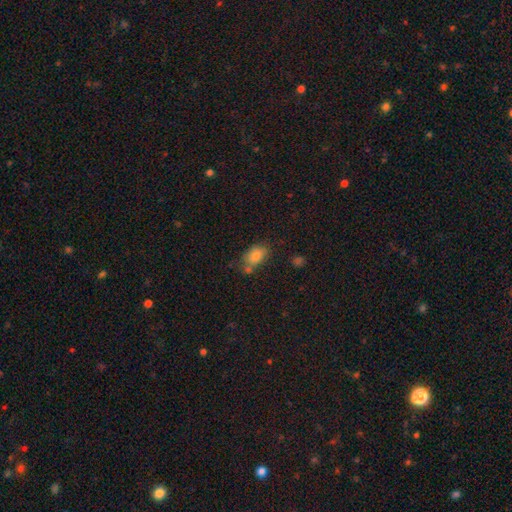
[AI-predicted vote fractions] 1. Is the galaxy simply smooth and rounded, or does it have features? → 81% smooth, 10% featured or disk, 9% star or artifact.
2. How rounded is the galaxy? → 87% in between, 10% round, 2% cigar-shaped.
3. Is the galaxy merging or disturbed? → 57% none, 19% minor disturbance, 18% merger, 6% major disturbance.